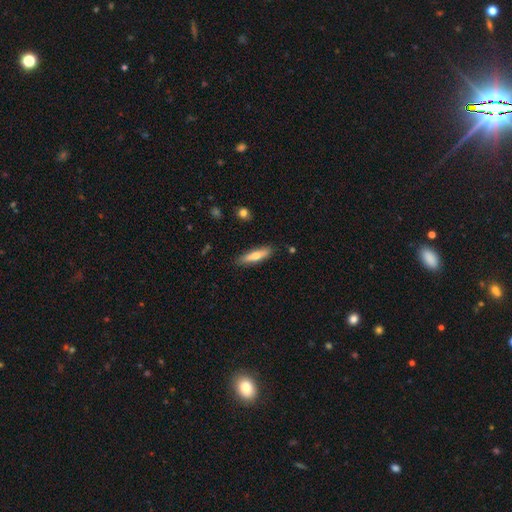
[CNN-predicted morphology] smooth-or-featured: smooth: 63% | featured or disk: 31% | star or artifact: 6%
  how-rounded: cigar-shaped: 70% | in between: 28% | round: 2%
  merging: none: 85% | minor disturbance: 11% | major disturbance: 2% | merger: 1%